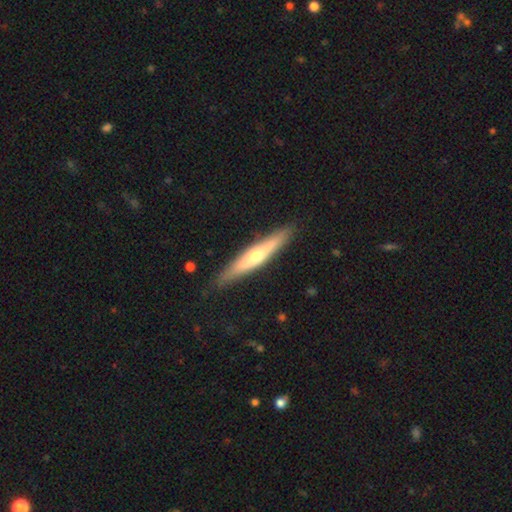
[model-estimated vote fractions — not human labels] Smooth or featured?
  - featured or disk: 49% *
  - smooth: 45%
  - star or artifact: 5%
Merging?
  - none: 88% *
  - minor disturbance: 9%
  - major disturbance: 2%
  - merger: 1%